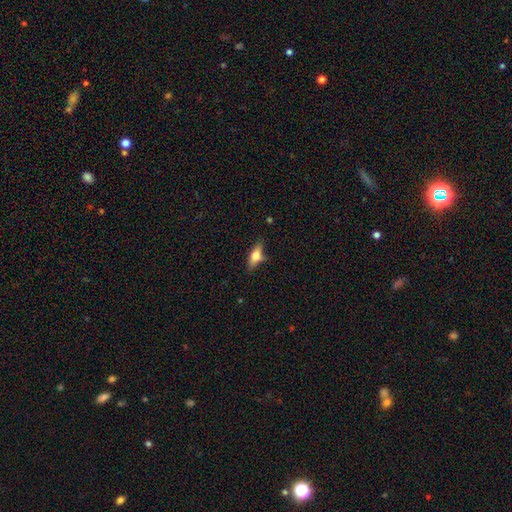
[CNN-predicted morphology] This is likely a smooth galaxy (60%). How rounded: likely in between (64%). Merging: likely none (70%).